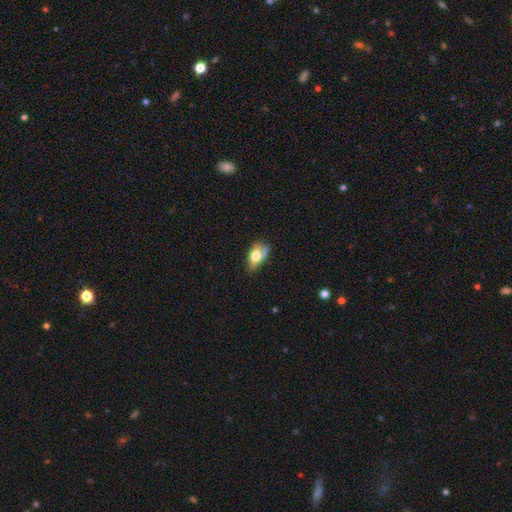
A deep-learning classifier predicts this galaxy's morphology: This appears to be a smooth galaxy with no disk features (65%) that is in between round and cigar-shaped (88%). Merging: none (39%).